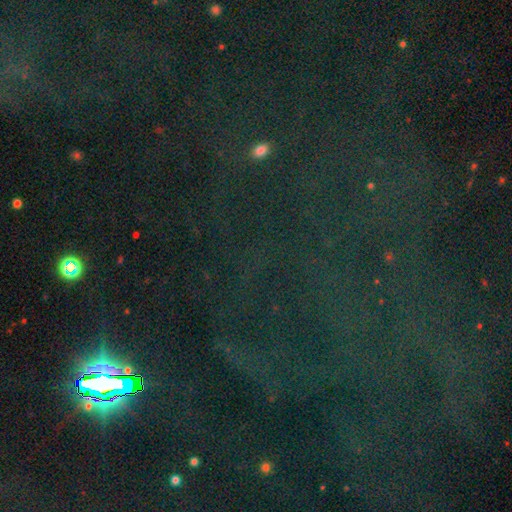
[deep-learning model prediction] Smooth or featured: star or artifact — 81% (smooth — 11%)